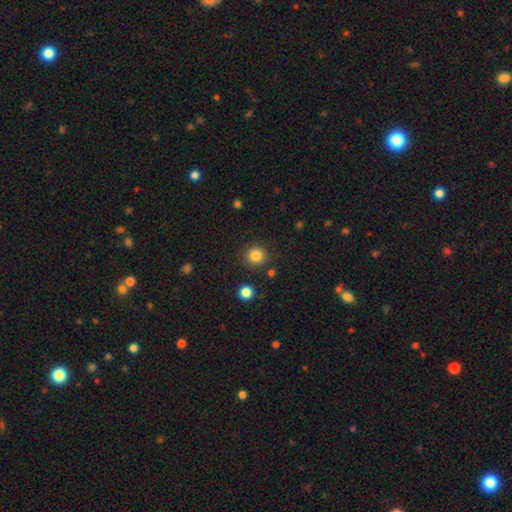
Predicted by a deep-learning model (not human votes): Smooth or featured?
  - smooth: 84% *
  - star or artifact: 12%
  - featured or disk: 5%
How rounded?
  - round: 92% *
  - in between: 7%
  - cigar-shaped: 1%
Merging?
  - none: 88% *
  - minor disturbance: 7%
  - merger: 3%
  - major disturbance: 2%